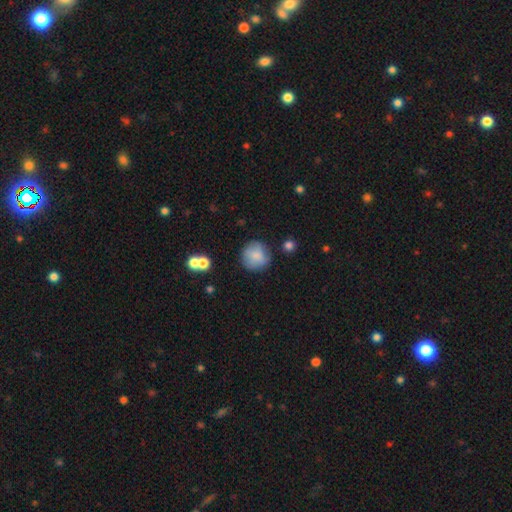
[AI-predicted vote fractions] Smooth or featured? smooth (78%)
How rounded? round (91%)
Merging? none (75%)